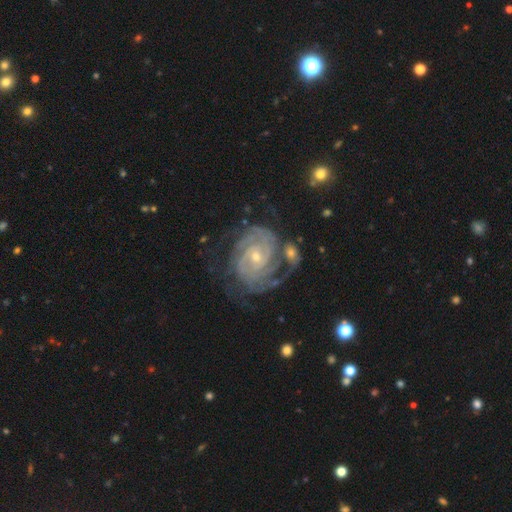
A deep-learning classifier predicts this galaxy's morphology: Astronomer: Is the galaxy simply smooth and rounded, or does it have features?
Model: featured or disk — 87%.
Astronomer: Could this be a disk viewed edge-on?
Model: no — 97%.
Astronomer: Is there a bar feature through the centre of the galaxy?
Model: no — 58%.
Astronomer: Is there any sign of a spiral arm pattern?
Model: yes — 96%.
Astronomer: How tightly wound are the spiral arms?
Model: tight — 74%.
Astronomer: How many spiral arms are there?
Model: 2 — 34% (runner-up: can't tell, 26%).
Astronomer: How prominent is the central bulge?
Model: small — 62%.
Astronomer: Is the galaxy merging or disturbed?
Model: none — 63%.